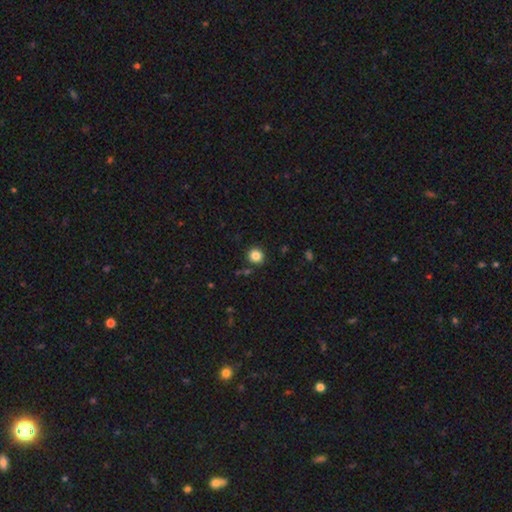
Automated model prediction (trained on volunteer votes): smooth-or-featured: smooth: 85% | star or artifact: 11% | featured or disk: 4%
  how-rounded: round: 91% | in between: 8% | cigar-shaped: 1%
  merging: none: 90% | minor disturbance: 6% | merger: 2% | major disturbance: 2%